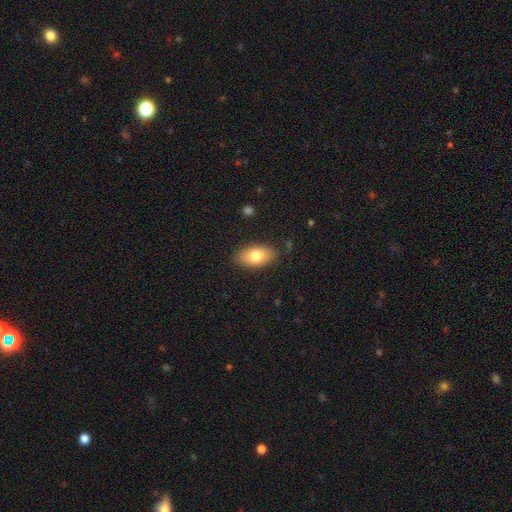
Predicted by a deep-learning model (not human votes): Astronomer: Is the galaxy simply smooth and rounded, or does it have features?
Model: smooth — 77%.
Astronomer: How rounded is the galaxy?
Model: in between — 91%.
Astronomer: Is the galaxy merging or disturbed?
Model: none — 84%.